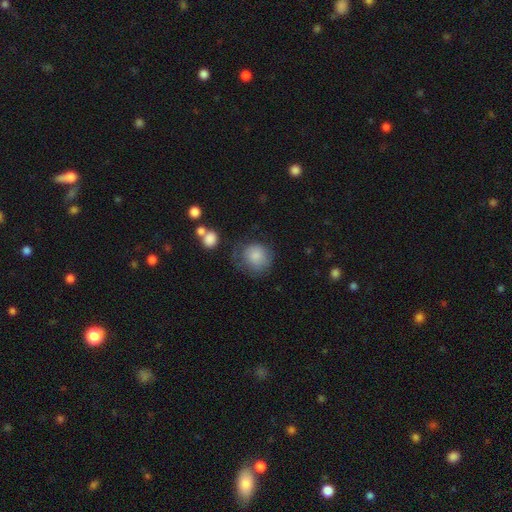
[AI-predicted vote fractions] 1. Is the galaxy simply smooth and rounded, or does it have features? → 81% smooth, 12% featured or disk, 7% star or artifact.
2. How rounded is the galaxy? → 87% round, 12% in between, 1% cigar-shaped.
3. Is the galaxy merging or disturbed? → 57% none, 24% minor disturbance, 15% major disturbance, 4% merger.